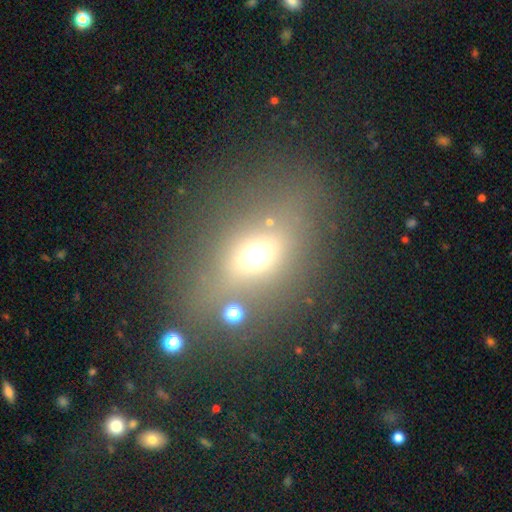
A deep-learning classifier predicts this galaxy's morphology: Q: Smooth or featured?
A: smooth (53%); runner-up: featured or disk (24%)
Q: How rounded?
A: in between (64%); runner-up: round (30%)
Q: Merging?
A: none (68%); runner-up: minor disturbance (14%)